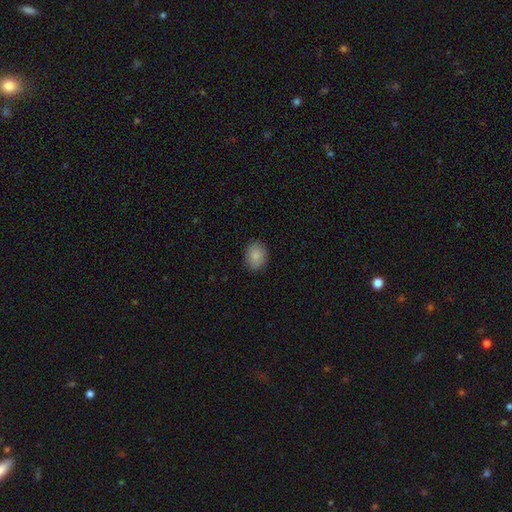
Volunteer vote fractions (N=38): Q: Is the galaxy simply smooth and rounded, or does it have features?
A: smooth — 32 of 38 (84%).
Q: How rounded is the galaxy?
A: round — 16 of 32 (50%, tied with in between).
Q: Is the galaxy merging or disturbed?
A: none — 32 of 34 (94%).